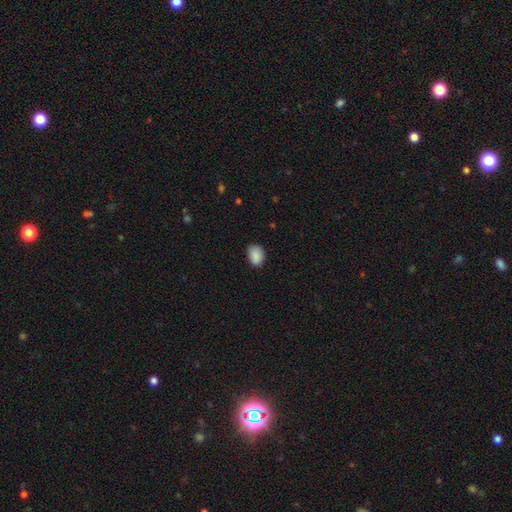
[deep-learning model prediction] Q: Smooth or featured?
A: smooth (88%); runner-up: star or artifact (8%)
Q: How rounded?
A: in between (70%); runner-up: round (29%)
Q: Merging?
A: none (79%); runner-up: minor disturbance (18%)